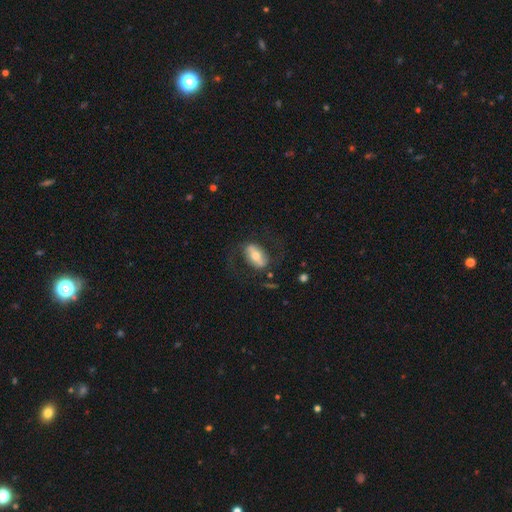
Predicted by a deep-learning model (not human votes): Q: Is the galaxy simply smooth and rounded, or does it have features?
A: featured or disk — 55%.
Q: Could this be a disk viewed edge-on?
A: no — 90%.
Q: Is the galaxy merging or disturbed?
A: none — 65%.